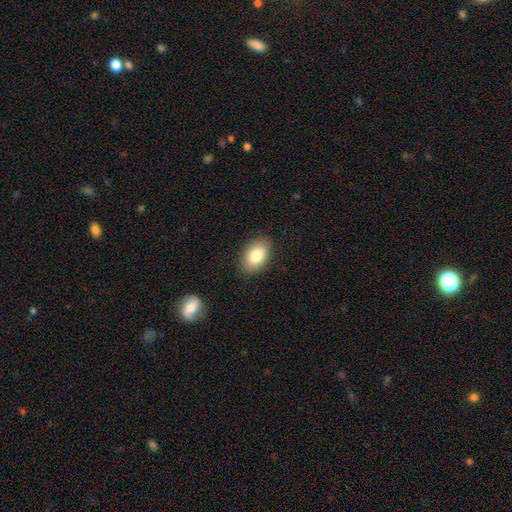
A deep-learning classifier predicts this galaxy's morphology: smooth 82%, featured or disk 10%, star or artifact 8%. Down the decision tree: how rounded — in between (88%); merging — none (86%).